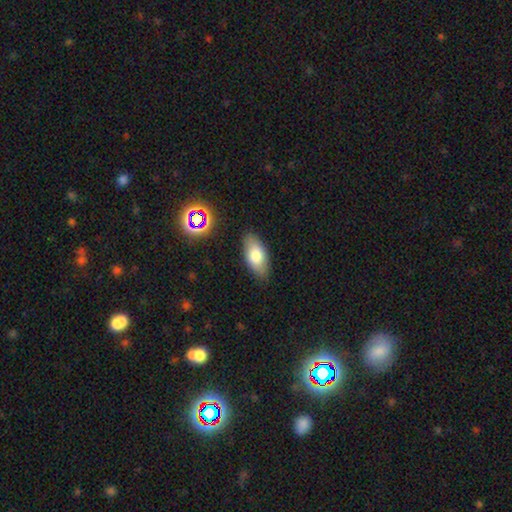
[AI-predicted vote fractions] This is likely a smooth galaxy (75%). How rounded: clearly in between (90%). Merging: clearly none (84%).